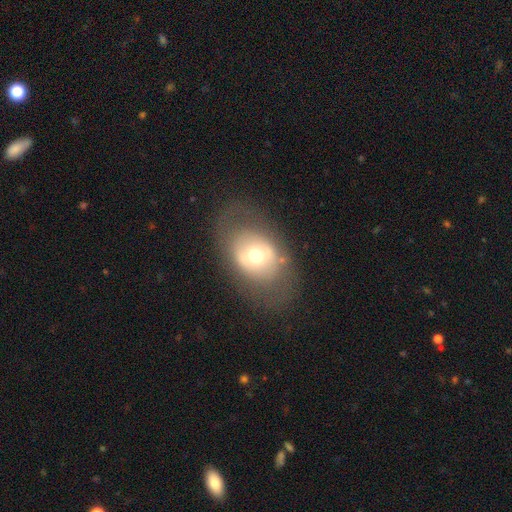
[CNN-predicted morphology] Smooth or featured? Predicted: smooth (p=0.47). Merging? Predicted: none (p=0.72).